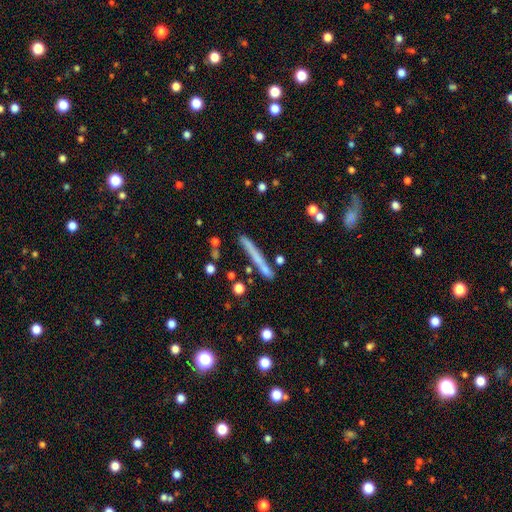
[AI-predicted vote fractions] Smooth or featured? smooth (57%)
How rounded? cigar-shaped (96%)
Merging? none (78%)